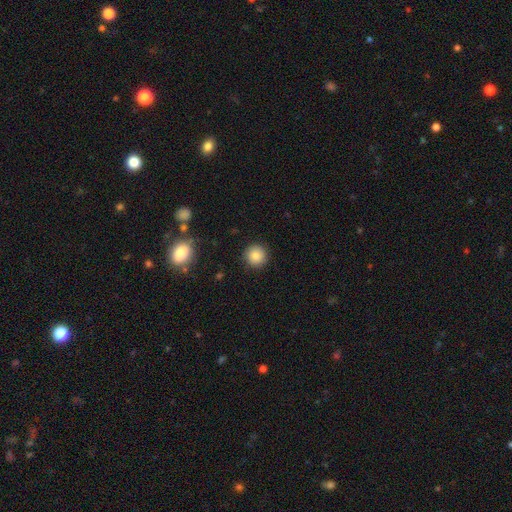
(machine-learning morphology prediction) The model was most divided on "smooth or featured": smooth: 85%, star or artifact: 10%, featured or disk: 5%. More confident: how rounded — round (94%); merging — none (90%).